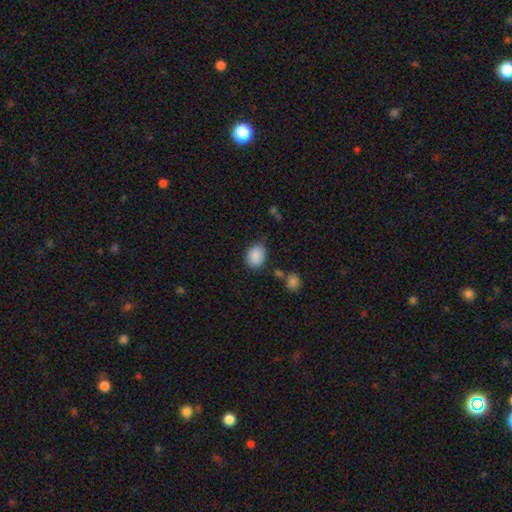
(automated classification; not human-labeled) smooth_or_featured: smooth (p=0.89) [alt: star or artifact p=0.08]
how_rounded: in between (p=0.61) [alt: round p=0.38]
merging: none (p=0.77) [alt: minor disturbance p=0.16]